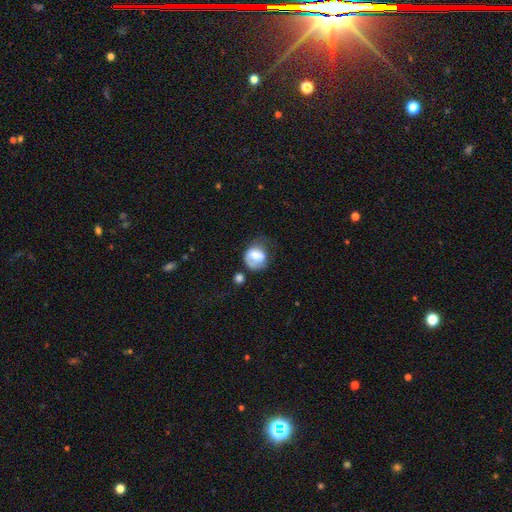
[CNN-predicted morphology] Smooth or featured?
  - smooth: 62% *
  - featured or disk: 29%
  - star or artifact: 8%
How rounded?
  - round: 63% *
  - in between: 36%
  - cigar-shaped: 1%
Merging?
  - none: 34% *
  - minor disturbance: 30%
  - major disturbance: 26%
  - merger: 9%